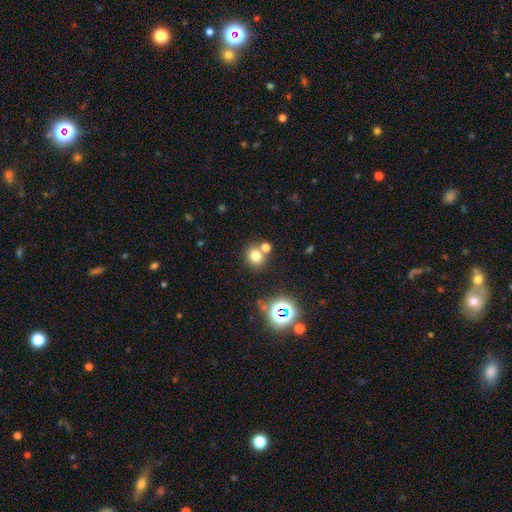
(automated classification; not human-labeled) This appears to be a smooth galaxy with no disk features (75%) that is round (77%). Merging: none (63%).